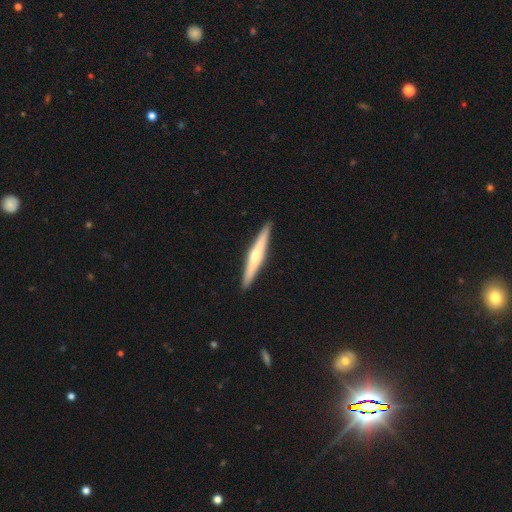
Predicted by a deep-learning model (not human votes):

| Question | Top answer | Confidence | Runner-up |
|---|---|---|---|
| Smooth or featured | featured or disk | 63% | smooth (31%) |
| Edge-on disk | yes | 97% | no (3%) |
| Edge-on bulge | rounded | 80% | none (14%) |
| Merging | none | 92% | minor disturbance (6%) |